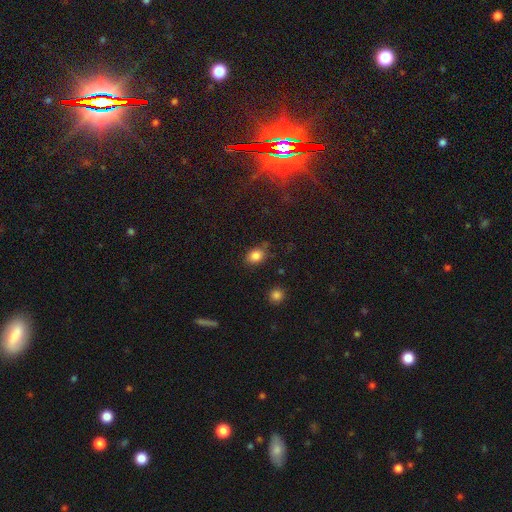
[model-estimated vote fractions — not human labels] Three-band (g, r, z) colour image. It shows a smooth galaxy with no disk features (84%) that is in between round and cigar-shaped (60%). Merging: none (75%).